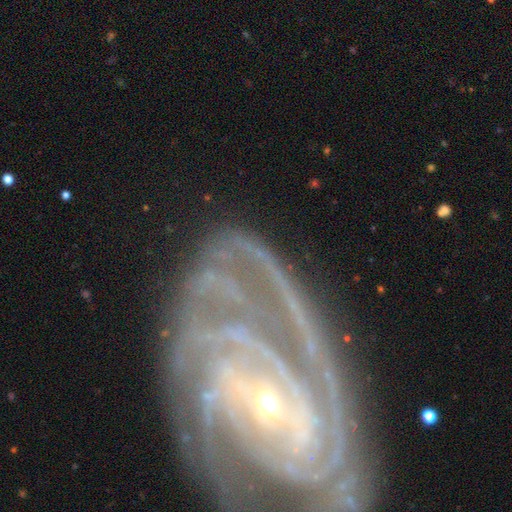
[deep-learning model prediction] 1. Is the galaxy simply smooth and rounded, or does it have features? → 86% featured or disk, 9% star or artifact, 6% smooth.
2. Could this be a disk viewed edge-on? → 95% no, 5% yes.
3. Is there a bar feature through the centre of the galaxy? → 42% no, 30% strong, 28% weak.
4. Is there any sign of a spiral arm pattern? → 95% yes, 5% no.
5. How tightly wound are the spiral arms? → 66% tight, 27% medium, 8% loose.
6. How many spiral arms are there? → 23% 2, 22% can't tell, 20% 3, 14% 4, 10% more than 4, 10% 1.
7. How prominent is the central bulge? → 74% small, 21% moderate, 2% large, 2% none, 1% dominant.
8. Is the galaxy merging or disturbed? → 64% none, 18% minor disturbance, 14% major disturbance, 3% merger.